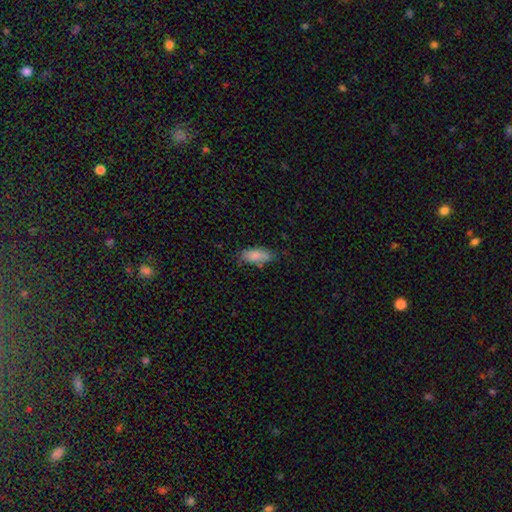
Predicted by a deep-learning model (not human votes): A smooth galaxy with no disk features (83%) that is in between round and cigar-shaped (85%).

Vote fractions:
- Smooth or featured? smooth: 83% / featured or disk: 10% / star or artifact: 7%
- How rounded? in between: 85% / cigar-shaped: 13% / round: 2%
- Merging? none: 66% / minor disturbance: 25% / major disturbance: 6% / merger: 3%